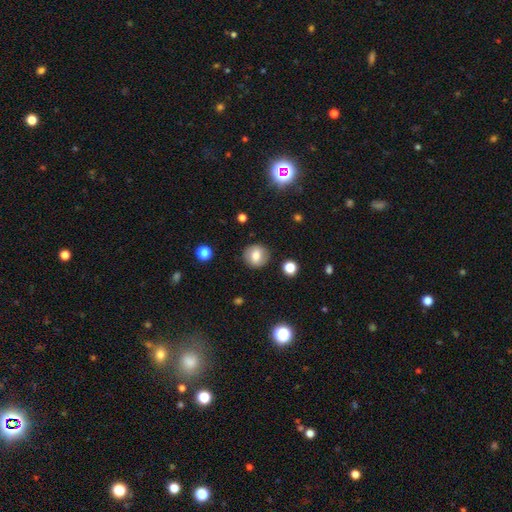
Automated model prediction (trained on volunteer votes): Smooth or featured? Predicted: smooth (p=0.71). How rounded? Predicted: round (p=0.90). Merging? Predicted: none (p=0.88).